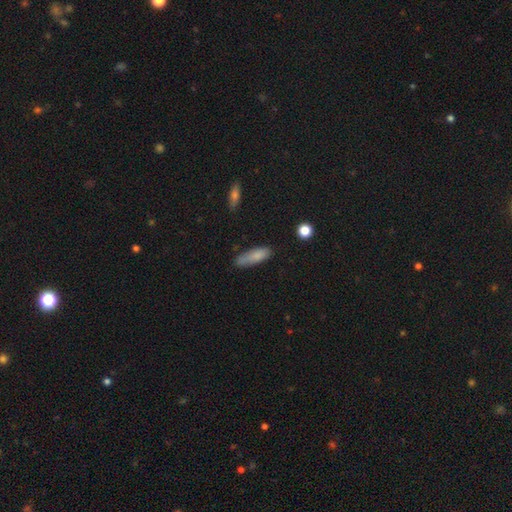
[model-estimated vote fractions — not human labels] A smooth galaxy with no disk features (81%) that is cigar-shaped (54%).

Vote fractions:
- Smooth or featured? smooth: 81% / featured or disk: 12% / star or artifact: 7%
- How rounded? cigar-shaped: 54% / in between: 44% / round: 2%
- Merging? none: 69% / minor disturbance: 24% / major disturbance: 5% / merger: 3%